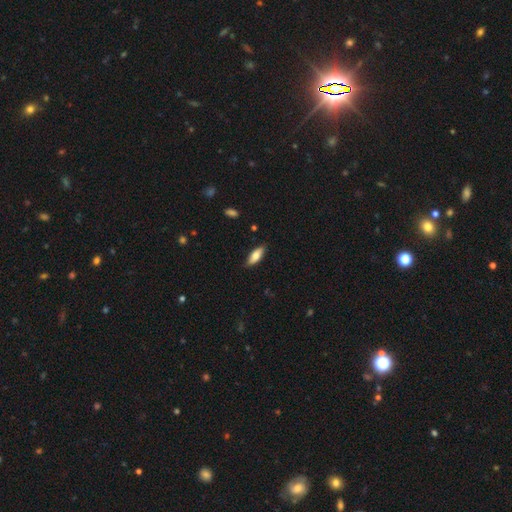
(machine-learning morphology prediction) Smooth or featured? smooth (77%)
How rounded? in between (73%)
Merging? none (85%)